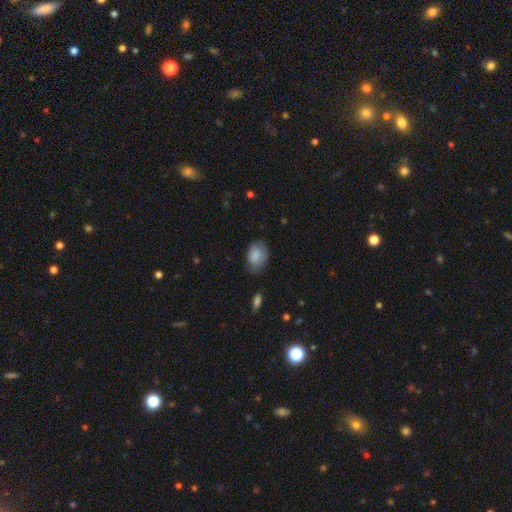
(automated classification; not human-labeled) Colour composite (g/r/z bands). It shows a smooth galaxy with no disk features (84%) that is in between round and cigar-shaped (81%). Merging: none (65%).